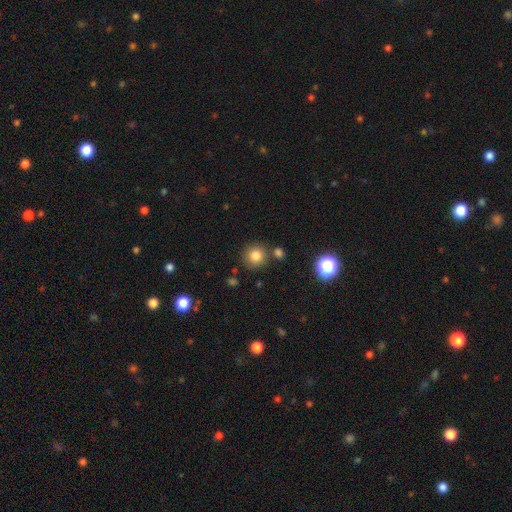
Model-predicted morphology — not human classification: smooth 82%, star or artifact 12%, featured or disk 6%. Down the decision tree: how rounded — round (92%); merging — none (80%).